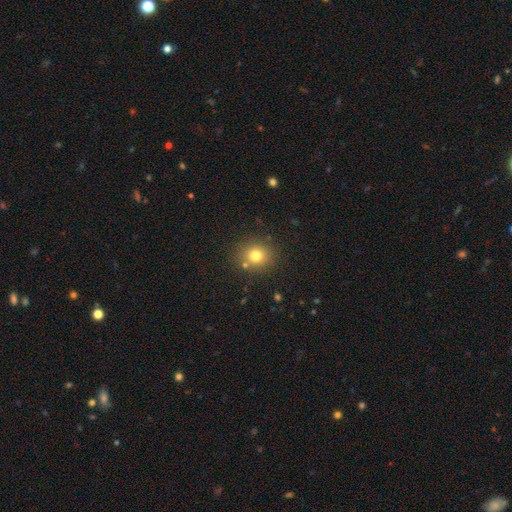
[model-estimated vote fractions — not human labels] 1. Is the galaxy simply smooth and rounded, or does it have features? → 76% smooth, 15% star or artifact, 9% featured or disk.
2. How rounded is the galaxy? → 82% round, 17% in between, 1% cigar-shaped.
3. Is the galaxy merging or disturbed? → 82% none, 9% minor disturbance, 6% merger, 3% major disturbance.